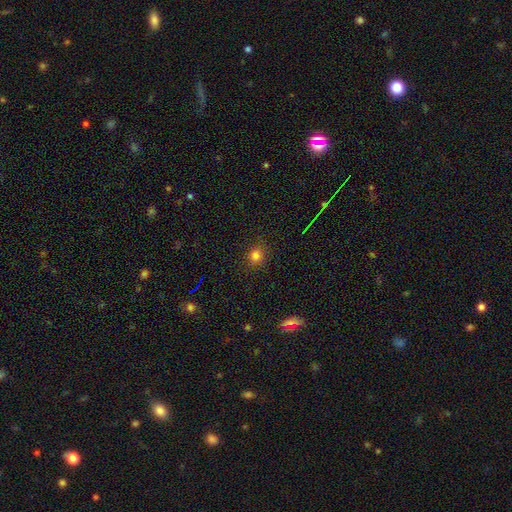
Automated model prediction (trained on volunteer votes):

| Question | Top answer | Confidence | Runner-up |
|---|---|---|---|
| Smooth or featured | smooth | 79% | star or artifact (16%) |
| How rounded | round | 82% | in between (17%) |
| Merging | none | 86% | minor disturbance (10%) |